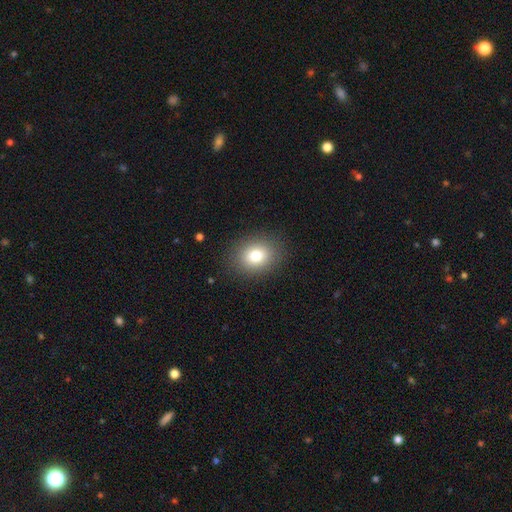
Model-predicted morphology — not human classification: Smooth or featured? Predicted: smooth (p=0.79). How rounded? Predicted: round (p=0.53). Merging? Predicted: none (p=0.88).